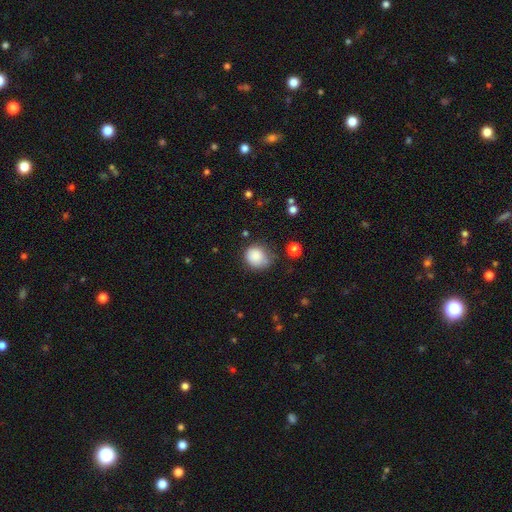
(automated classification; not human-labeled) Smooth or featured?
  - smooth: 85% *
  - star or artifact: 9%
  - featured or disk: 6%
How rounded?
  - round: 76% *
  - in between: 23%
  - cigar-shaped: 1%
Merging?
  - none: 60% *
  - minor disturbance: 29%
  - major disturbance: 8%
  - merger: 3%